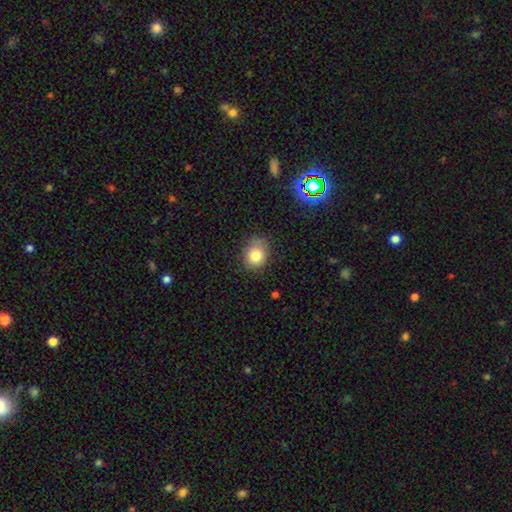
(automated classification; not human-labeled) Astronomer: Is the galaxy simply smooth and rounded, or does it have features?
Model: smooth — 81%.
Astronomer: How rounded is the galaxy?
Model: round — 55% (runner-up: in between, 44%).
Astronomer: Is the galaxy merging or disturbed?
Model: none — 69%.